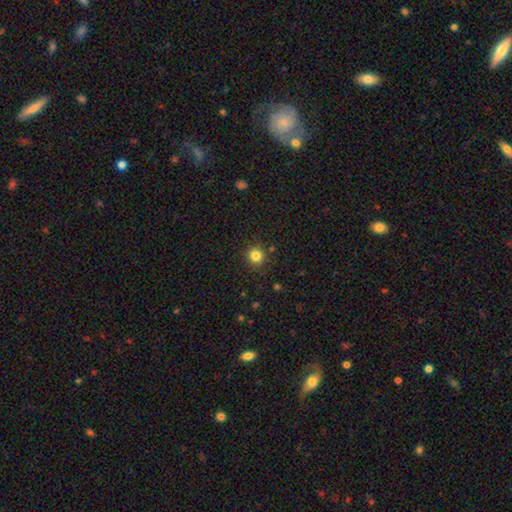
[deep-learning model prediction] Smooth or featured?
  - smooth: 83% *
  - star or artifact: 13%
  - featured or disk: 5%
How rounded?
  - round: 93% *
  - in between: 6%
  - cigar-shaped: 1%
Merging?
  - none: 90% *
  - minor disturbance: 6%
  - major disturbance: 2%
  - merger: 2%